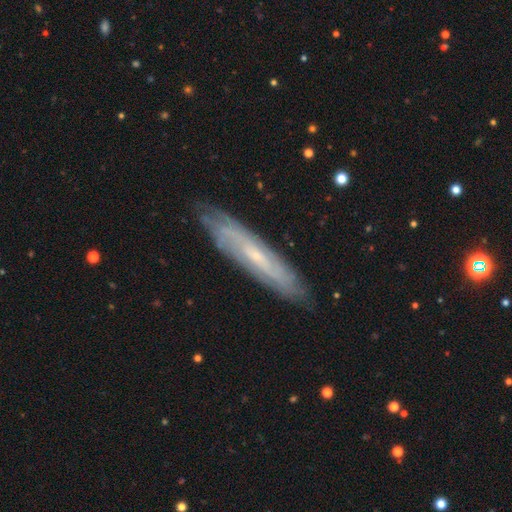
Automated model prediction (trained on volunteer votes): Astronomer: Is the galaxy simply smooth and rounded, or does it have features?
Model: featured or disk — 72%.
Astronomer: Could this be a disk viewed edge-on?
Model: no — 55% (runner-up: yes, 45%).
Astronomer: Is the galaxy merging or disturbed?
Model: none — 82%.